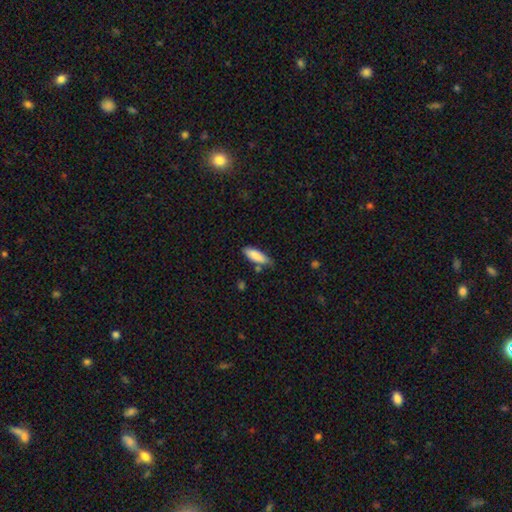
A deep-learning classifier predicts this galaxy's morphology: smooth_or_featured: smooth (p=0.86) [alt: featured or disk p=0.08]
how_rounded: in between (p=0.60) [alt: cigar-shaped p=0.39]
merging: none (p=0.69) [alt: minor disturbance p=0.23]